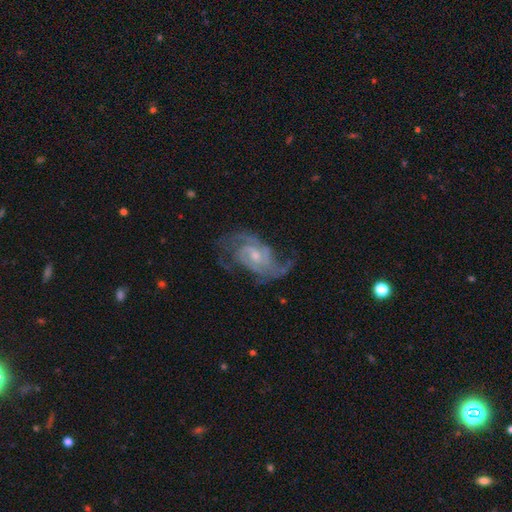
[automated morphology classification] smooth-or-featured: featured or disk: 90% | star or artifact: 5% | smooth: 5%
  disk-edge-on: no: 97% | yes: 3%
    bar: weak: 46% | no: 45% | strong: 9%
    has-spiral-arms: yes: 97% | no: 3%
      spiral-winding: medium: 49% | tight: 33% | loose: 18%
      spiral-arm-count: 2: 64% | 3: 14% | can't tell: 11% | 4: 4% | 1: 4% | more than 4: 3%
    bulge-size: small: 52% | moderate: 41% | none: 4% | large: 2% | dominant: 1%
  merging: none: 61% | minor disturbance: 20% | major disturbance: 17% | merger: 2%